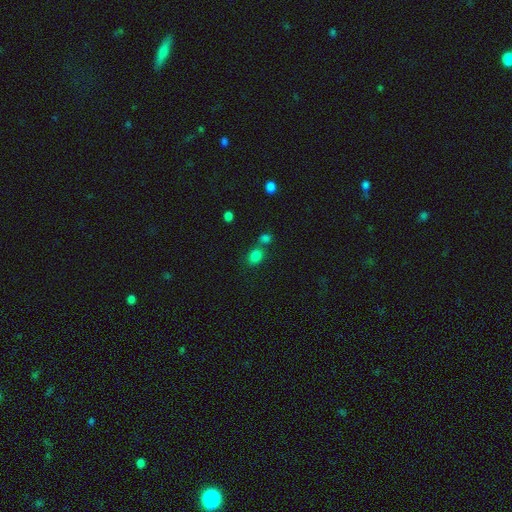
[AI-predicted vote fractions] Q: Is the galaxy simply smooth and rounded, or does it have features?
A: smooth — 81%.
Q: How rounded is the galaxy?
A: in between — 54%.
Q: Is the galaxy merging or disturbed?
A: none — 55%.